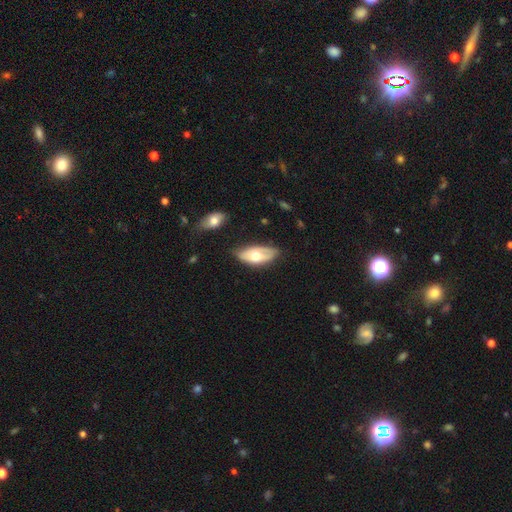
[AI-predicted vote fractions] Q: Smooth or featured?
A: smooth (54%); runner-up: featured or disk (40%)
Q: How rounded?
A: in between (91%); runner-up: cigar-shaped (5%)
Q: Merging?
A: none (60%); runner-up: minor disturbance (30%)